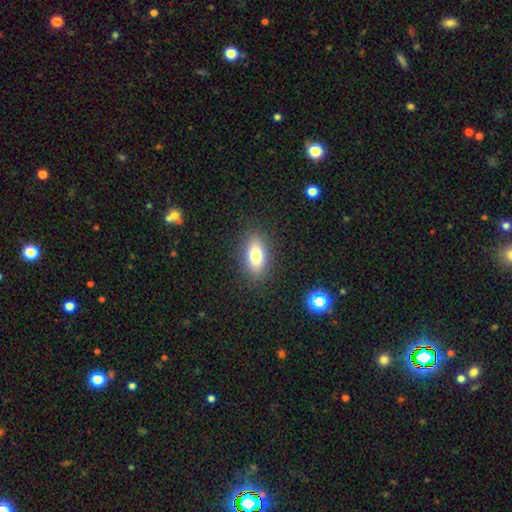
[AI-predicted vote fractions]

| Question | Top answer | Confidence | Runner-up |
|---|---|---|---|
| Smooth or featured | smooth | 75% | featured or disk (15%) |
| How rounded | in between | 84% | cigar-shaped (9%) |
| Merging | none | 87% | minor disturbance (9%) |